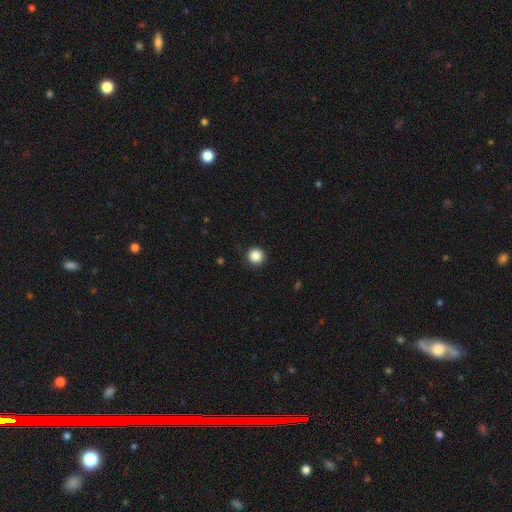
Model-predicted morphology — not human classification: Overall: smooth (86%). How rounded: round (95%). Merging: none (91%).